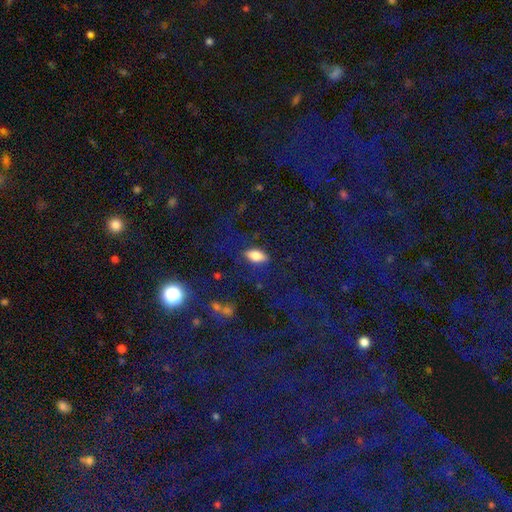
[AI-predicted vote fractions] smooth 77%, featured or disk 14%, star or artifact 9%. Down the decision tree: how rounded — in between (84%); merging — none (80%).